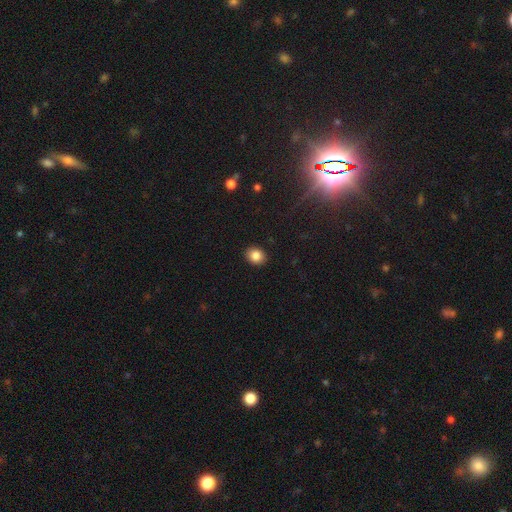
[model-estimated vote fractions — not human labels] Morphology: type=smooth (85%); roundness=round (62%); merging=none (91%).